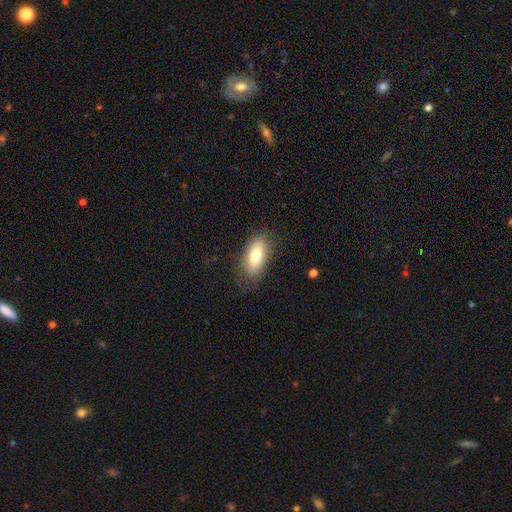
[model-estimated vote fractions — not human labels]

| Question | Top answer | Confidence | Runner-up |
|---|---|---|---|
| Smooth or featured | smooth | 79% | featured or disk (14%) |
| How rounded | in between | 86% | cigar-shaped (10%) |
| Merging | none | 82% | minor disturbance (13%) |